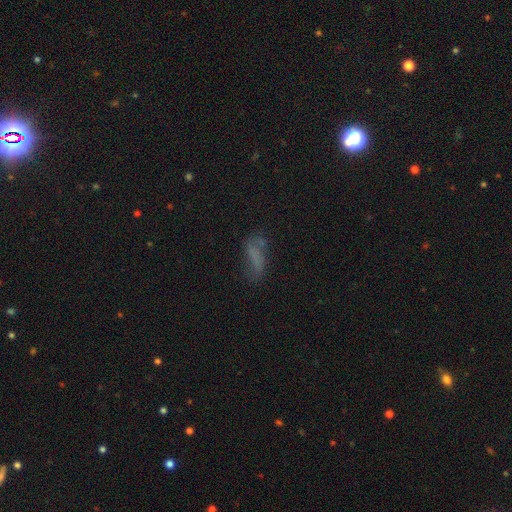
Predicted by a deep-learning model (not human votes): A smooth galaxy with no disk features (56%) that is in between round and cigar-shaped (62%). Merging: none (48%).